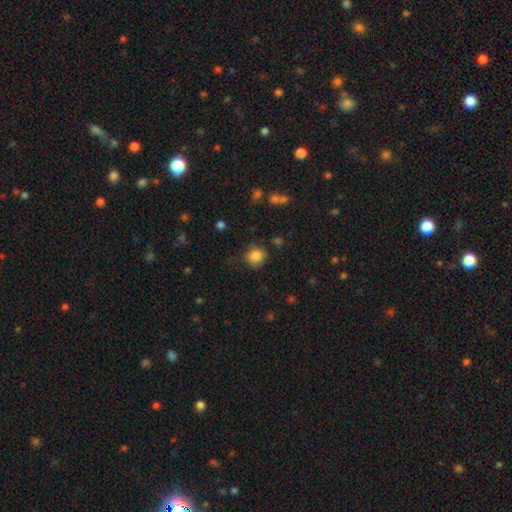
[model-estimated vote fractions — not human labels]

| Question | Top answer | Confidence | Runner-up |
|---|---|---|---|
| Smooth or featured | smooth | 85% | star or artifact (10%) |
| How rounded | round | 86% | in between (13%) |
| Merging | none | 82% | minor disturbance (13%) |